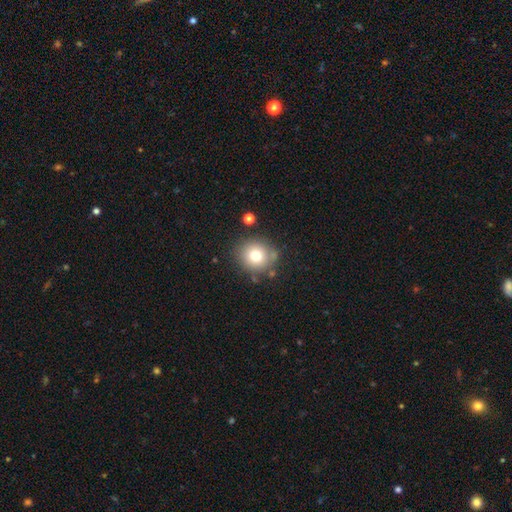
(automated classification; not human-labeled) Smooth or featured: smooth — 74% (star or artifact — 13%)
How rounded: round — 88% (in between — 11%)
Merging: none — 80% (minor disturbance — 12%)